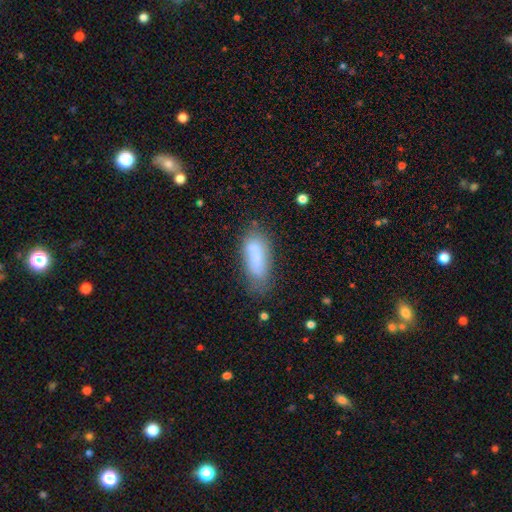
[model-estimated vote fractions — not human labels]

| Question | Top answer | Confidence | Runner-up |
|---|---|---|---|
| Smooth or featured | smooth | 71% | featured or disk (20%) |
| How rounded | in between | 75% | cigar-shaped (22%) |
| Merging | none | 50% | minor disturbance (26%) |